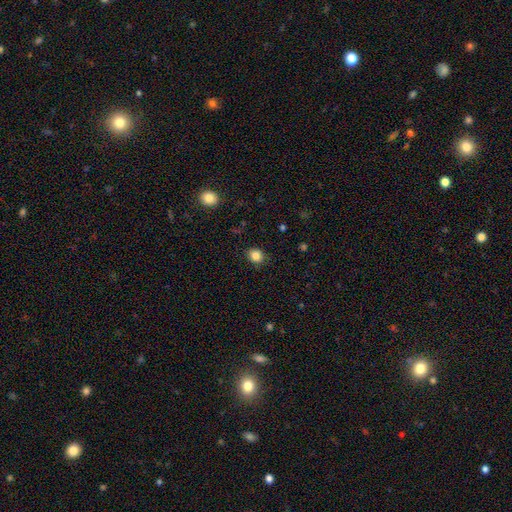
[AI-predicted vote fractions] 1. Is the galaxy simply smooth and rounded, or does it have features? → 84% smooth, 11% star or artifact, 5% featured or disk.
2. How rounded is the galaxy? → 66% round, 34% in between, 1% cigar-shaped.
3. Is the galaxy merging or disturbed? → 86% none, 10% minor disturbance, 2% major disturbance, 1% merger.